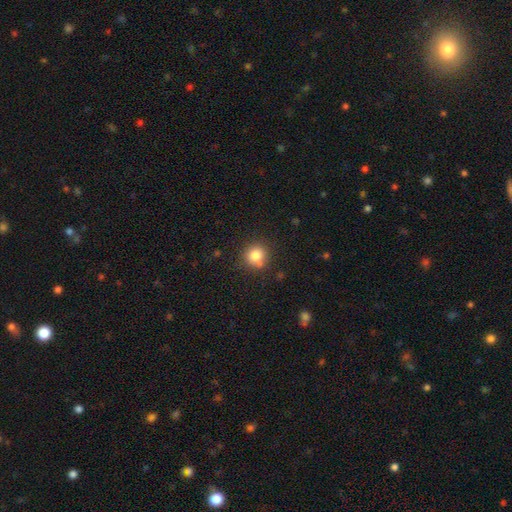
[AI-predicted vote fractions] A smooth galaxy with no disk features (81%) that is round (88%).

Vote fractions:
- Smooth or featured? smooth: 81% / star or artifact: 11% / featured or disk: 7%
- How rounded? round: 88% / in between: 11% / cigar-shaped: 1%
- Merging? none: 75% / minor disturbance: 13% / merger: 8% / major disturbance: 4%